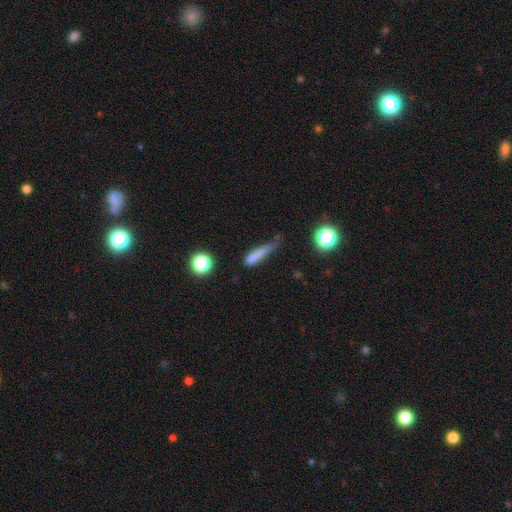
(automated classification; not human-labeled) smooth_or_featured: smooth (p=0.76) [alt: featured or disk p=0.13]
how_rounded: cigar-shaped (p=0.75) [alt: in between p=0.20]
merging: minor disturbance (p=0.39) [alt: none p=0.37]